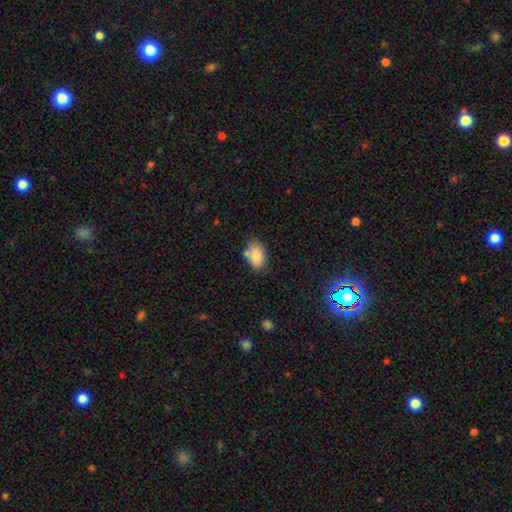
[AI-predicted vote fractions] Smooth or featured? smooth (85%)
How rounded? in between (89%)
Merging? none (67%)